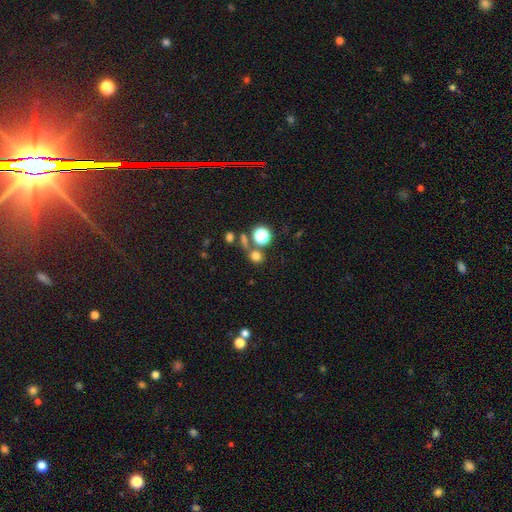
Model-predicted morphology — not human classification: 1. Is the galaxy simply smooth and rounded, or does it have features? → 70% smooth, 22% star or artifact, 7% featured or disk.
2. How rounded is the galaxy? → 83% round, 15% in between, 1% cigar-shaped.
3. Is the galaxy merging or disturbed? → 65% none, 21% merger, 9% minor disturbance, 5% major disturbance.